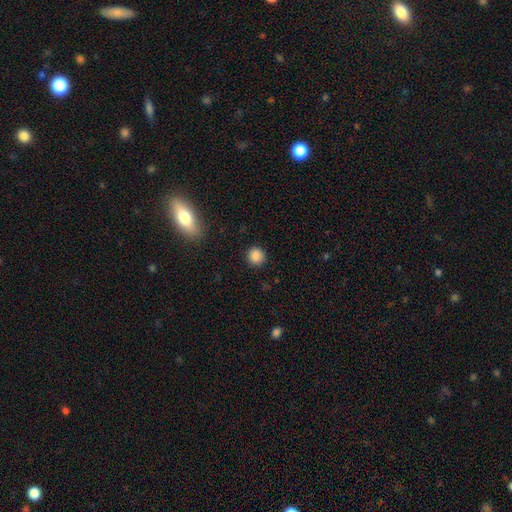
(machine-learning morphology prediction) Smooth or featured? smooth (86%)
How rounded? round (90%)
Merging? none (89%)